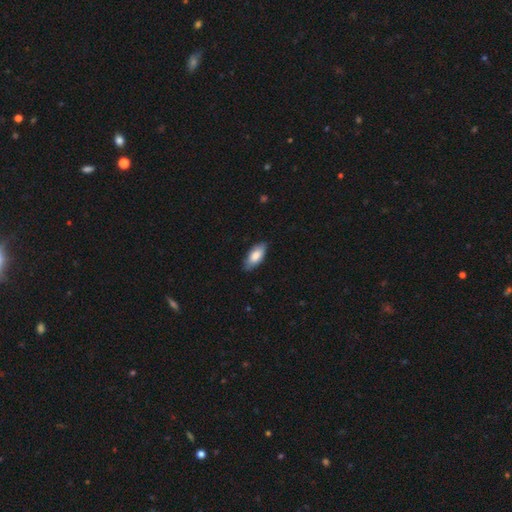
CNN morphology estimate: Smooth or featured? smooth (82%)
How rounded? in between (87%)
Merging? none (82%)